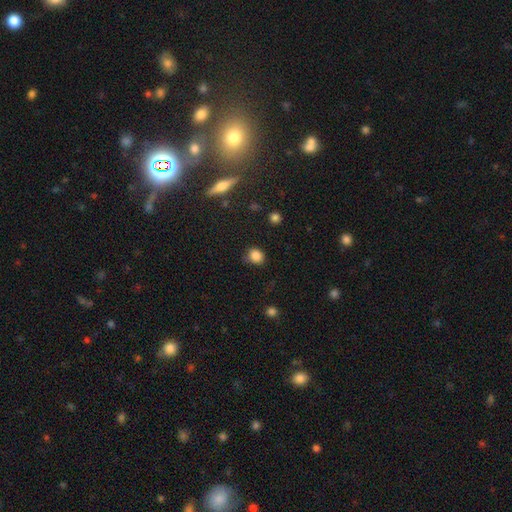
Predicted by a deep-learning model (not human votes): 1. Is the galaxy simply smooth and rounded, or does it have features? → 84% smooth, 11% star or artifact, 5% featured or disk.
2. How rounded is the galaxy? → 65% round, 34% in between, 1% cigar-shaped.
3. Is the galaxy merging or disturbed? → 71% none, 22% minor disturbance, 5% major disturbance, 2% merger.